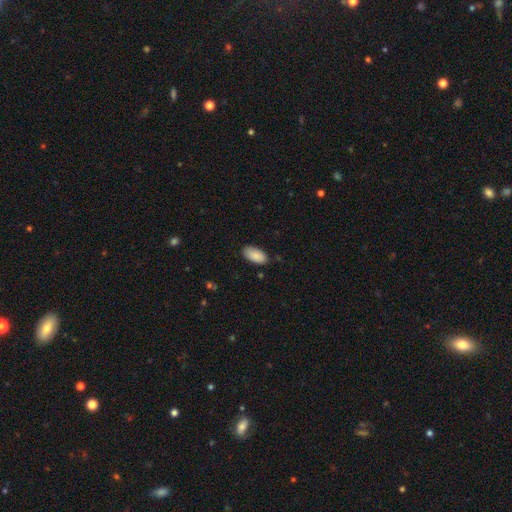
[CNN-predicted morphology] Smooth or featured? Predicted: smooth (p=0.88). How rounded? Predicted: in between (p=0.94). Merging? Predicted: none (p=0.84).